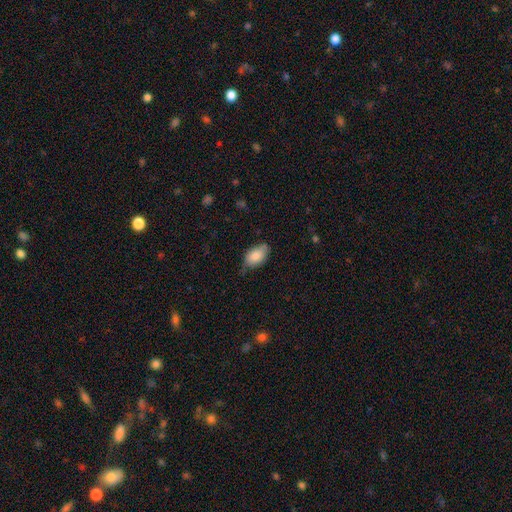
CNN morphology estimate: Q: Smooth or featured?
A: smooth (83%); runner-up: featured or disk (10%)
Q: How rounded?
A: in between (93%); runner-up: round (5%)
Q: Merging?
A: none (66%); runner-up: minor disturbance (28%)